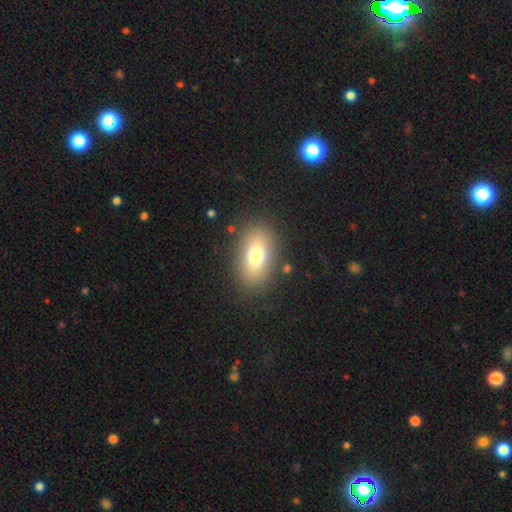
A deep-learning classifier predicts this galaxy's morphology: smooth 75%, featured or disk 14%, star or artifact 11%. Down the decision tree: how rounded — in between (85%); merging — none (85%).